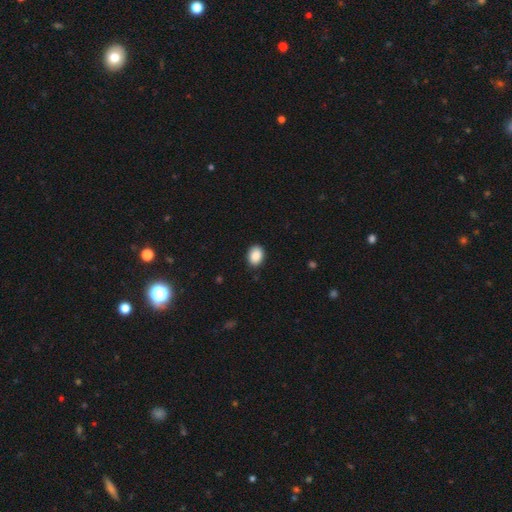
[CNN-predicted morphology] smooth-or-featured: smooth: 89% | star or artifact: 7% | featured or disk: 3%
  how-rounded: in between: 66% | round: 33% | cigar-shaped: 1%
  merging: none: 88% | minor disturbance: 9% | major disturbance: 2% | merger: 1%